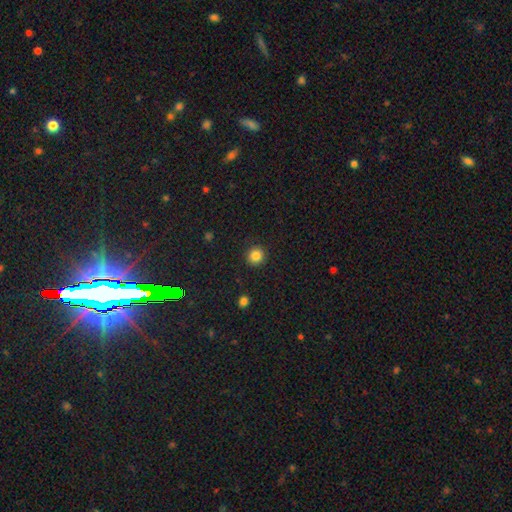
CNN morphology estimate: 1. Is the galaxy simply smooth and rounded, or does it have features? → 85% smooth, 11% star or artifact, 4% featured or disk.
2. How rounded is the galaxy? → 94% round, 5% in between, 1% cigar-shaped.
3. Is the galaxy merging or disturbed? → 92% none, 5% minor disturbance, 2% major disturbance, 1% merger.